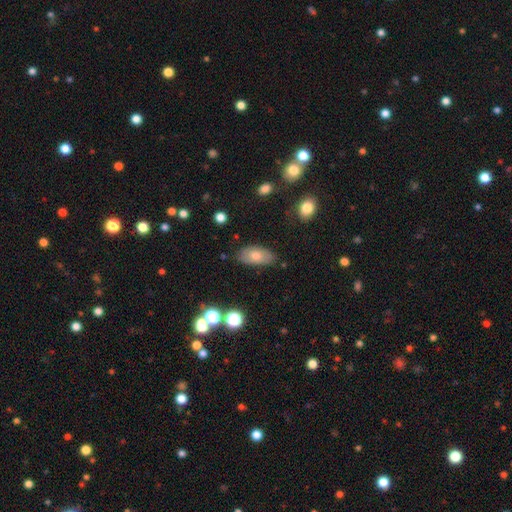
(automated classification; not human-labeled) The model was most divided on "smooth or featured": smooth: 67%, featured or disk: 24%, star or artifact: 9%. More confident: how rounded — in between (91%); merging — none (79%).